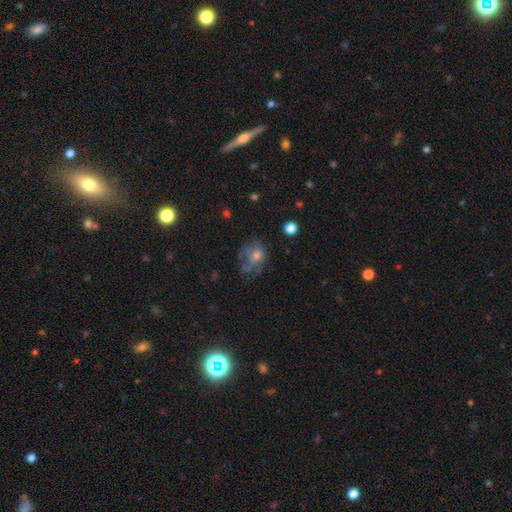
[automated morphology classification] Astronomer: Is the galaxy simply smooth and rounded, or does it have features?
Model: smooth — 43% (runner-up: featured or disk, 37%).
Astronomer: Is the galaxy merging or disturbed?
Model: none — 48% (runner-up: major disturbance, 25%).